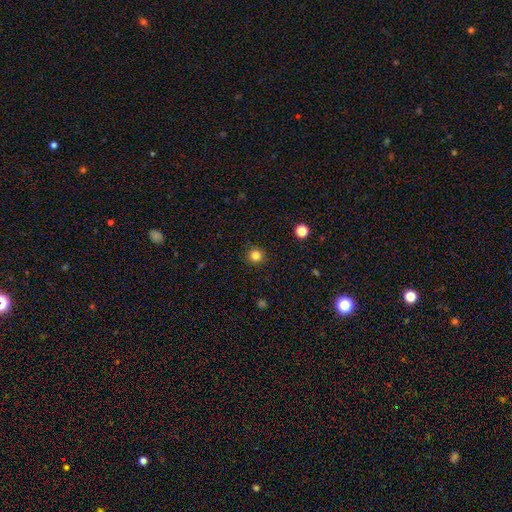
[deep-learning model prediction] Smooth or featured? smooth (82%)
How rounded? round (94%)
Merging? none (92%)